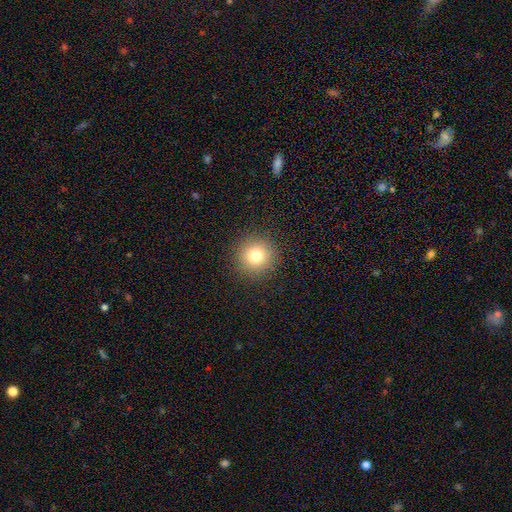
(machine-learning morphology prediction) Smooth or featured? smooth (78%)
How rounded? round (95%)
Merging? none (91%)